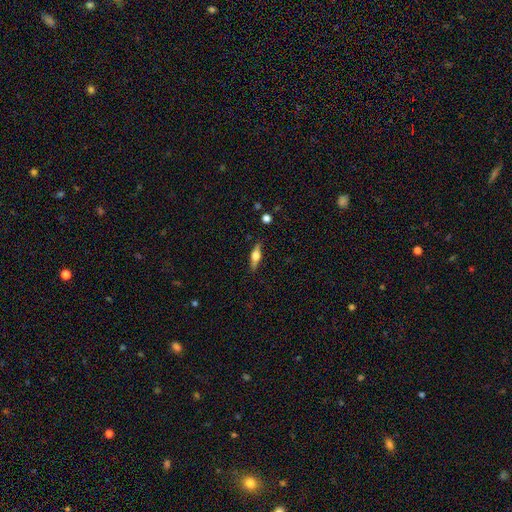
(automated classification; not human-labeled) This appears to be a featured or disk galaxy (55%) viewed edge-on (94%) with a rounded central bulge (90%). Merging: none (85%).